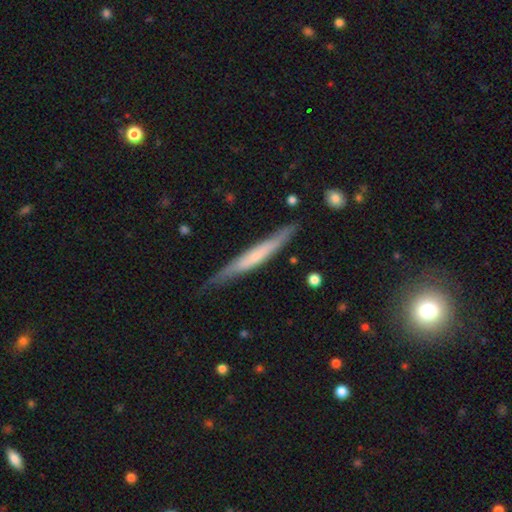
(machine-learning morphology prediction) Smooth or featured? featured or disk (51%)
Edge-on disk? yes (92%)
Merging? none (77%)